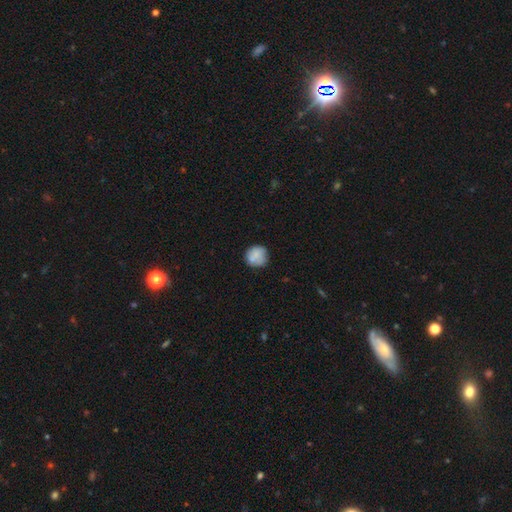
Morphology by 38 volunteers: This appears to be a smooth galaxy with no disk features (66%) that is round (88%). Merging: none (61%).